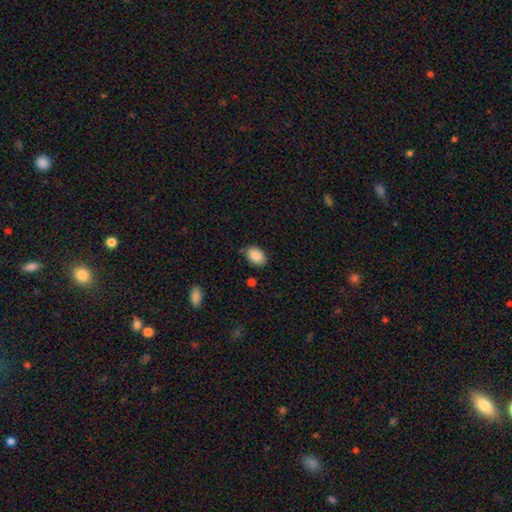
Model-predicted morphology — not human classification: A smooth galaxy with no disk features (88%) that is in between round and cigar-shaped (81%). Merging: none (79%).